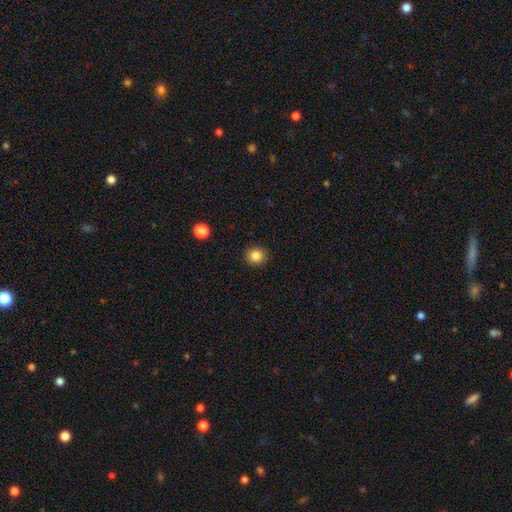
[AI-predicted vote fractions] Morphology: type=smooth (85%); roundness=round (91%); merging=none (91%).